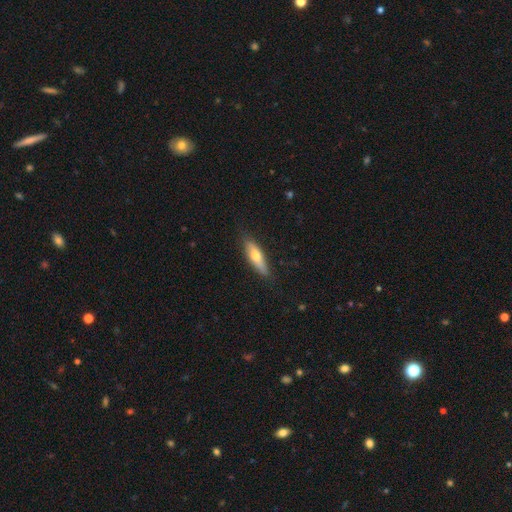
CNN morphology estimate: Overall: smooth (60%; featured or disk 34%). How rounded: cigar-shaped (60%; in between 37%). Merging: none (83%).